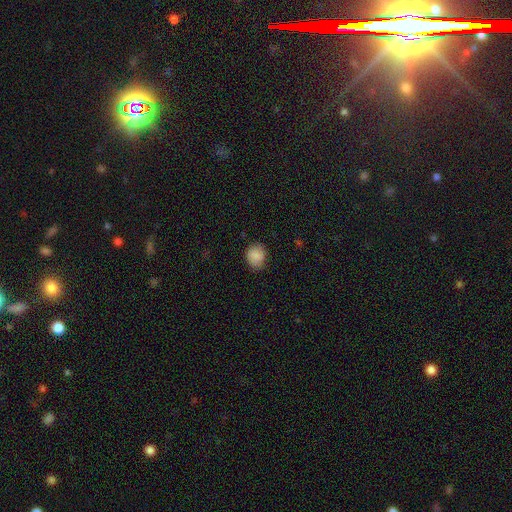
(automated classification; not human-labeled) Overall: smooth (85%). How rounded: round (60%; in between 39%). Merging: none (77%).